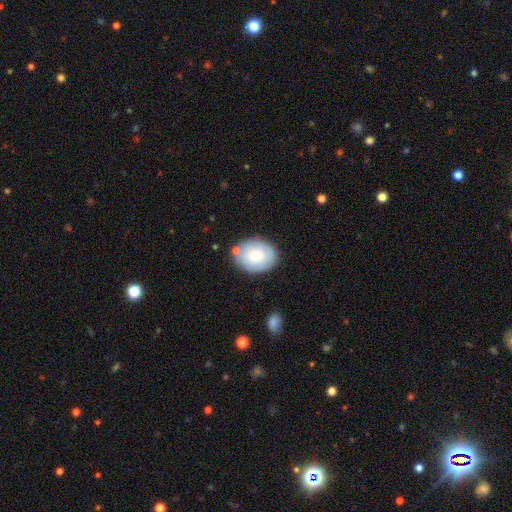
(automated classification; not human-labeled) A smooth galaxy with no disk features (76%) that is in between round and cigar-shaped (69%).

Vote fractions:
- Smooth or featured? smooth: 76% / featured or disk: 18% / star or artifact: 6%
- How rounded? in between: 69% / round: 30% / cigar-shaped: 1%
- Merging? none: 75% / minor disturbance: 16% / merger: 5% / major disturbance: 4%